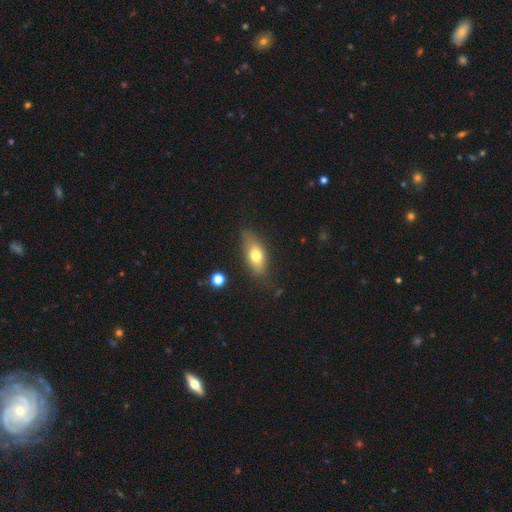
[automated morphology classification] type=smooth (68%); roundness=in between (79%); merging=none (75%).